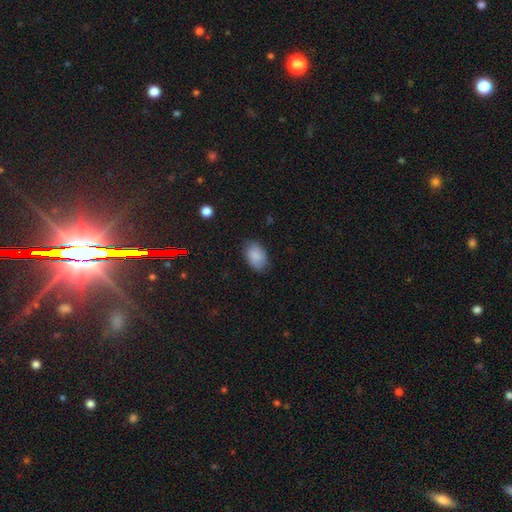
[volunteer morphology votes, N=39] Smooth or featured? smooth (90%)
How rounded? in between (94%)
Merging? none (84%)